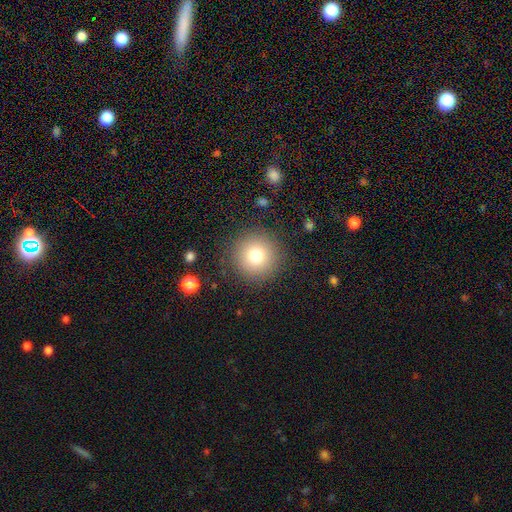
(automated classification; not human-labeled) A smooth galaxy with no disk features (76%) that is round (96%). Merging: none (88%).